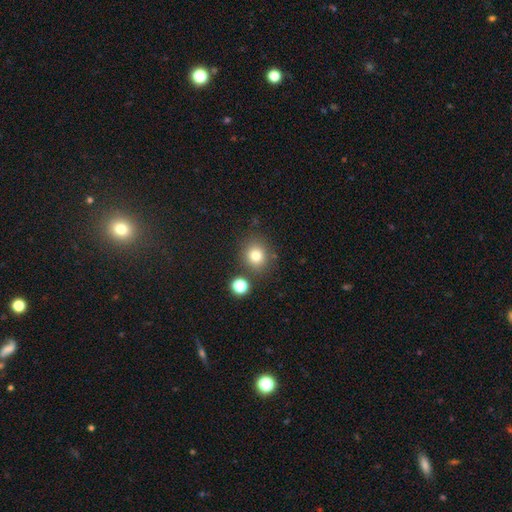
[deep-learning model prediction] smooth-or-featured: smooth: 79% | star or artifact: 13% | featured or disk: 8%
  how-rounded: round: 84% | in between: 15% | cigar-shaped: 1%
  merging: none: 79% | minor disturbance: 10% | merger: 8% | major disturbance: 3%